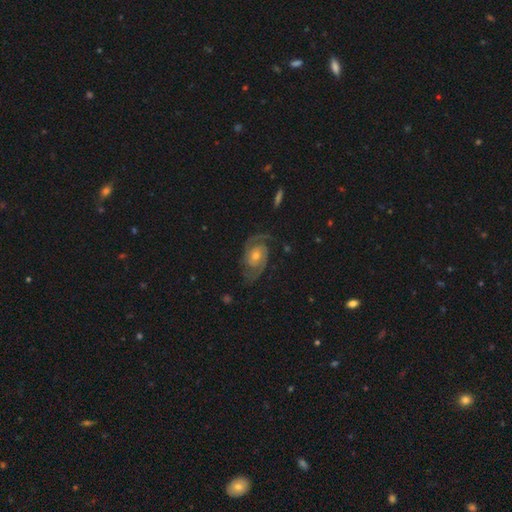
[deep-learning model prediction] Smooth or featured?
  - featured or disk: 90% *
  - star or artifact: 5%
  - smooth: 4%
Edge-on disk?
  - no: 97% *
  - yes: 3%
Bar?
  - no: 63% *
  - weak: 29%
  - strong: 8%
Spiral arms?
  - yes: 98% *
  - no: 2%
Spiral winding?
  - medium: 47% *
  - tight: 44%
  - loose: 9%
Spiral arm count?
  - 2: 91% *
  - 3: 3%
  - can't tell: 3%
  - 1: 1%
  - 4: 1%
  - more than 4: 1%
Bulge size?
  - moderate: 57% *
  - small: 37%
  - large: 4%
  - none: 2%
  - dominant: 1%
Merging?
  - none: 81% *
  - minor disturbance: 13%
  - major disturbance: 5%
  - merger: 1%